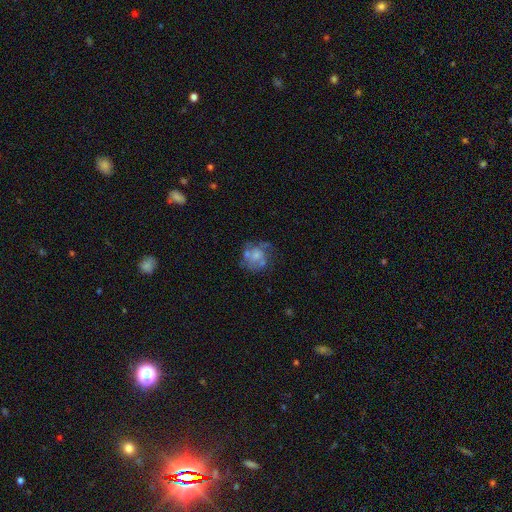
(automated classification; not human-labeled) The model was most divided on "smooth or featured": featured or disk: 49%, smooth: 40%, star or artifact: 11%. Remaining: merging — none (45%).